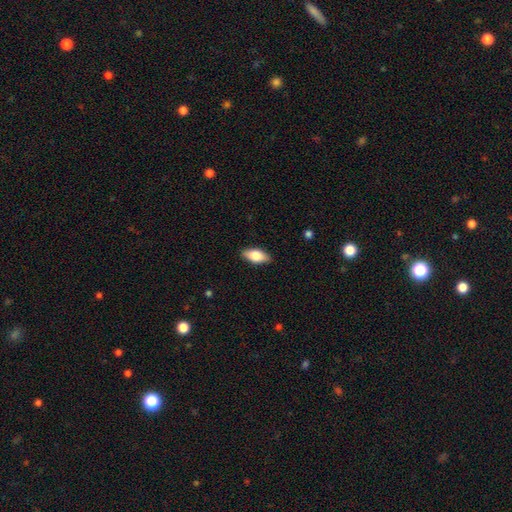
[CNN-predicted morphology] Smooth or featured? smooth (76%)
How rounded? in between (88%)
Merging? none (87%)